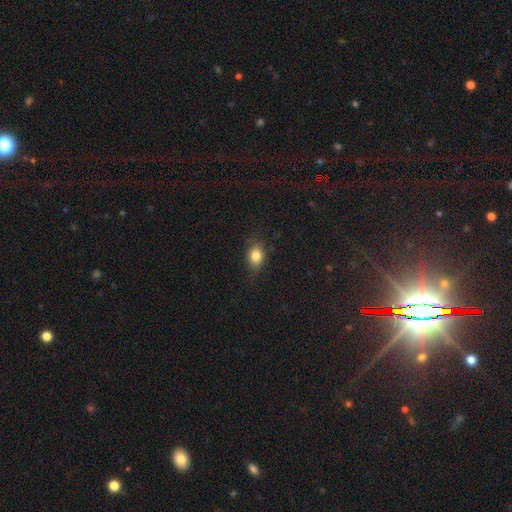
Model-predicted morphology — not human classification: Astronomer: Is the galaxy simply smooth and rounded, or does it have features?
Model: smooth — 82%.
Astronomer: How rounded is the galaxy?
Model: in between — 58% (runner-up: round, 40%).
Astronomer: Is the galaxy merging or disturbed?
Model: none — 76%.